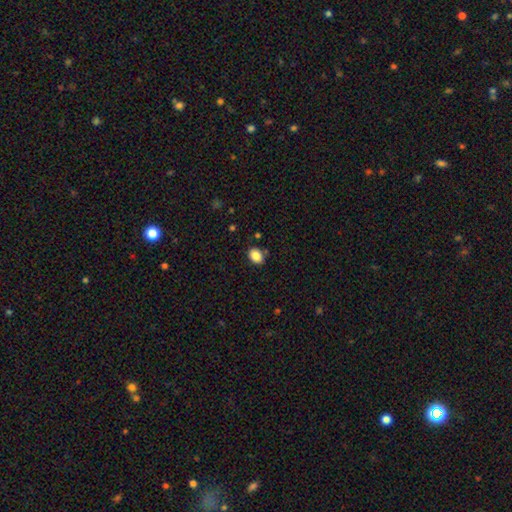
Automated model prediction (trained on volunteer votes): smooth-or-featured: smooth: 87% | star or artifact: 9% | featured or disk: 5%
  how-rounded: in between: 73% | round: 26% | cigar-shaped: 1%
  merging: none: 82% | minor disturbance: 12% | merger: 3% | major disturbance: 3%